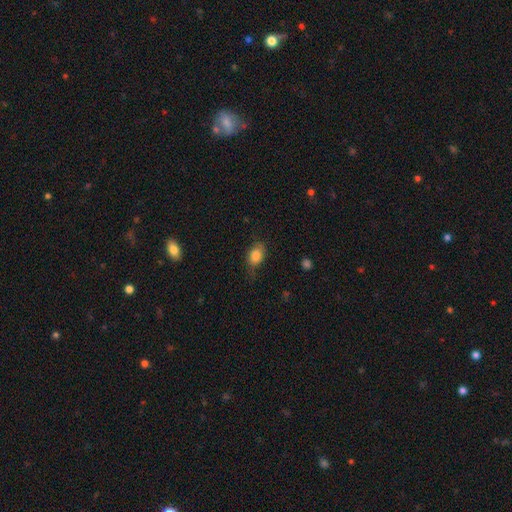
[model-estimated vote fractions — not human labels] The model was most divided on "merging": none: 63%, minor disturbance: 27%, major disturbance: 9%, merger: 2%. More confident: smooth or featured — smooth (83%); how rounded — in between (77%).